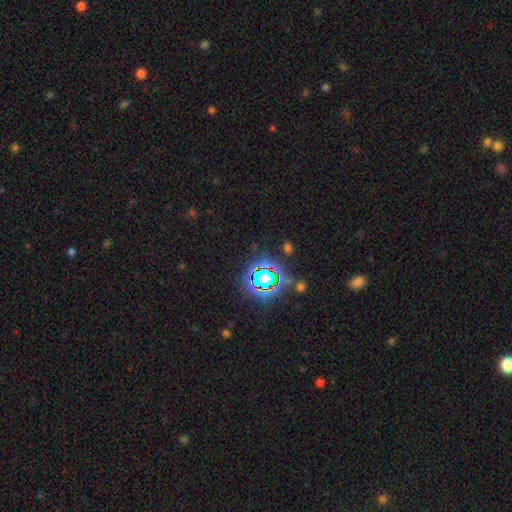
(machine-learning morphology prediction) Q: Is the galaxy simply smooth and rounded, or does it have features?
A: star or artifact — 81%.